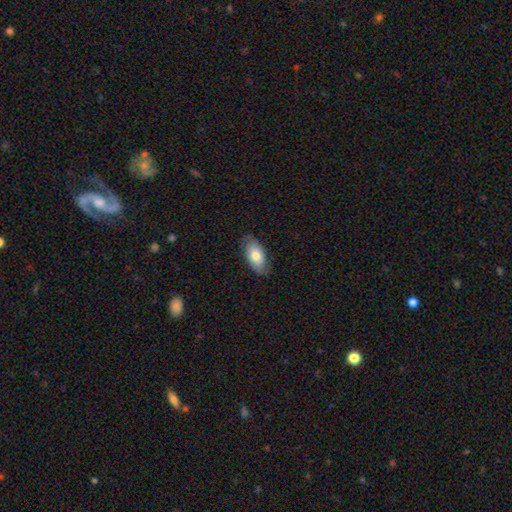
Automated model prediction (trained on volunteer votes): A smooth galaxy with no disk features (69%) that is in between round and cigar-shaped (92%). Merging: none (79%).